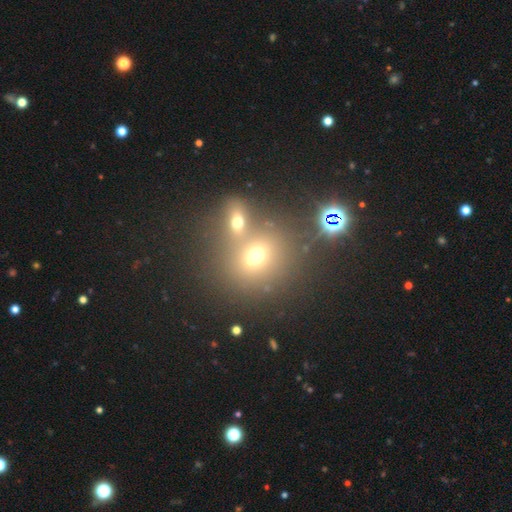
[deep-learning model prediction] Smooth or featured? Predicted: smooth (p=0.62). How rounded? Predicted: round (p=0.72). Merging? Predicted: none (p=0.51).